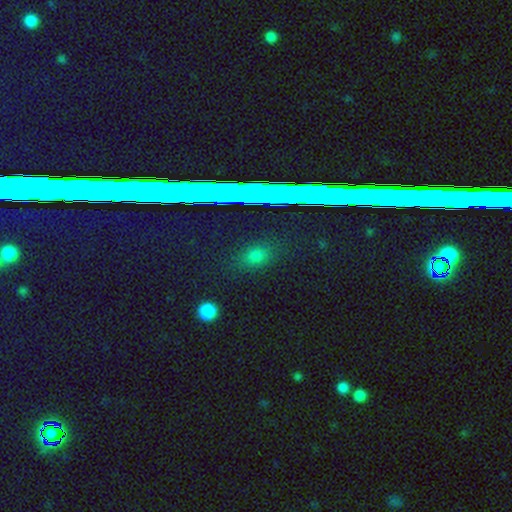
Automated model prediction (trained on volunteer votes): A smooth galaxy with no disk features (55%) that is round (67%).

Vote fractions:
- Smooth or featured? smooth: 55% / star or artifact: 37% / featured or disk: 8%
- How rounded? round: 67% / in between: 27% / cigar-shaped: 6%
- Merging? none: 88% / minor disturbance: 7% / major disturbance: 3% / merger: 2%